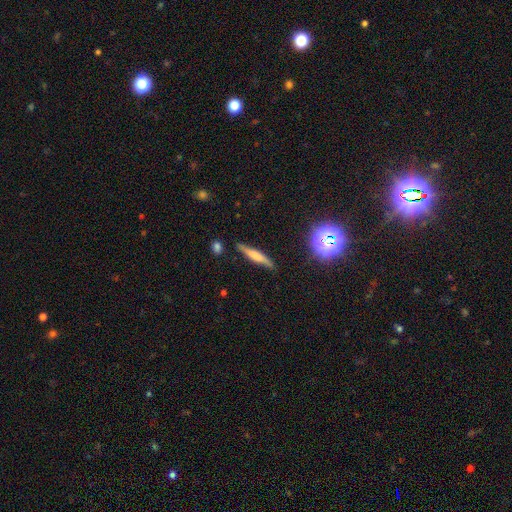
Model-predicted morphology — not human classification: Smooth or featured?
  - smooth: 47% *
  - featured or disk: 43%
  - star or artifact: 10%
Merging?
  - none: 82% *
  - minor disturbance: 14%
  - major disturbance: 3%
  - merger: 2%